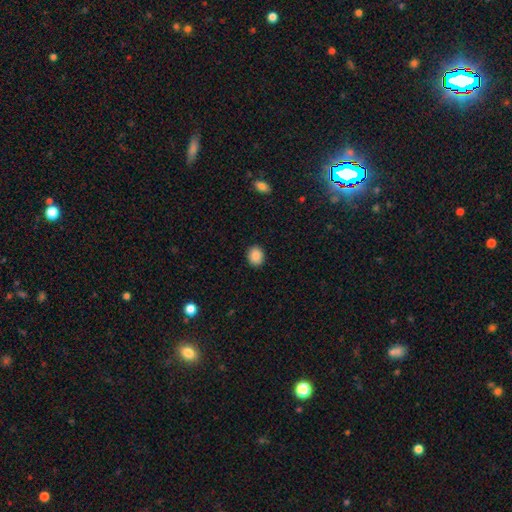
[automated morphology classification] This is clearly a smooth galaxy (88%). How rounded: possibly round (53%). Merging: clearly none (90%).